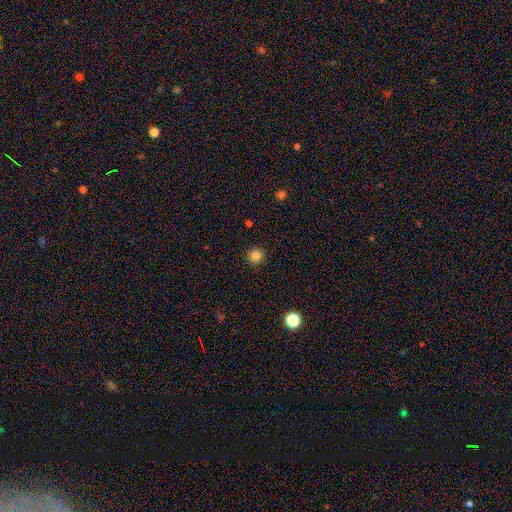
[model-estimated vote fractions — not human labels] Smooth or featured?
  - smooth: 84% *
  - star or artifact: 13%
  - featured or disk: 4%
How rounded?
  - round: 94% *
  - in between: 5%
  - cigar-shaped: 1%
Merging?
  - none: 92% *
  - minor disturbance: 6%
  - major disturbance: 2%
  - merger: 1%